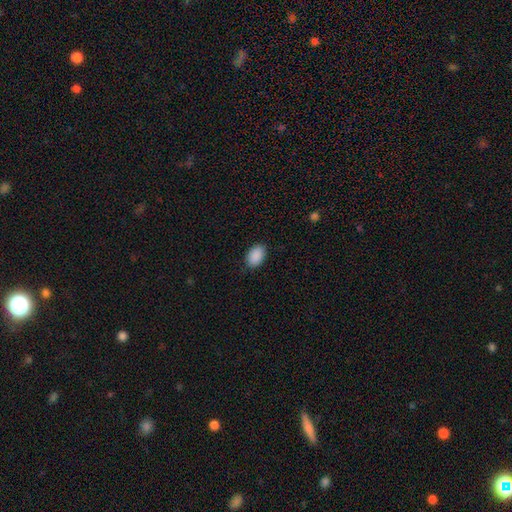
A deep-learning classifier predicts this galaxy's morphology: Smooth or featured: smooth — 91% (star or artifact — 7%)
How rounded: in between — 89% (round — 10%)
Merging: none — 87% (minor disturbance — 10%)